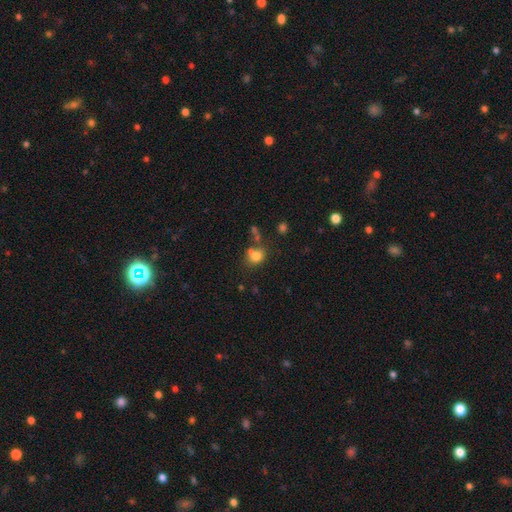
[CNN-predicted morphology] A smooth galaxy with no disk features (78%) that is round (64%). Merging: none (54%).